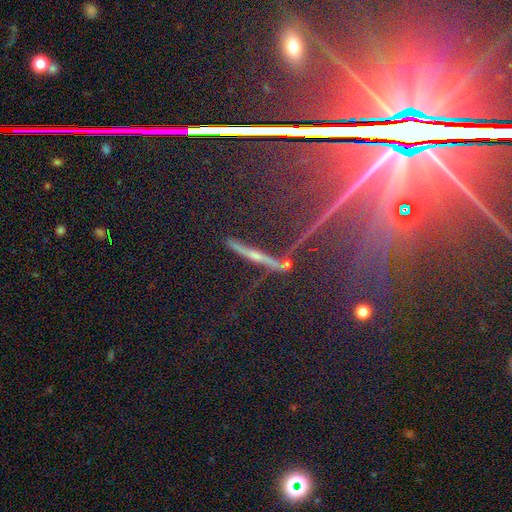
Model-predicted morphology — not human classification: Smooth or featured?
  - featured or disk: 53% *
  - star or artifact: 29%
  - smooth: 19%
Edge-on disk?
  - yes: 87% *
  - no: 13%
Merging?
  - none: 77% *
  - minor disturbance: 13%
  - major disturbance: 5%
  - merger: 5%